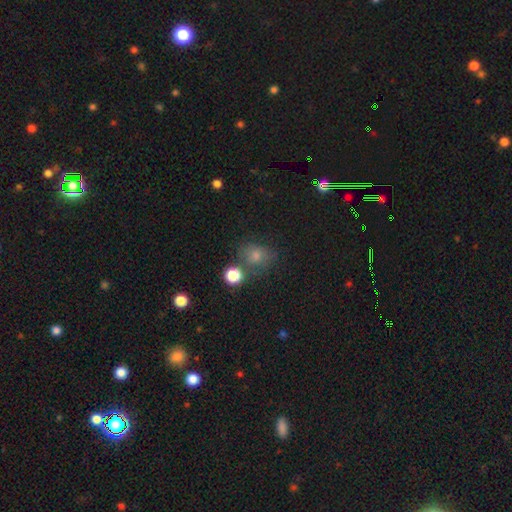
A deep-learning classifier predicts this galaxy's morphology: This is likely a smooth galaxy (63%). How rounded: likely round (72%). Merging: likely none (66%).